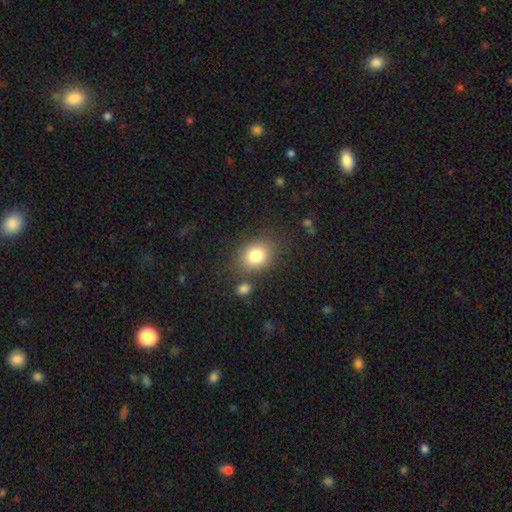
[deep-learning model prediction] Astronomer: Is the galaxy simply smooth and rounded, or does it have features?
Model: smooth — 81%.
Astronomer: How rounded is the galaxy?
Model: in between — 55% (runner-up: round, 44%).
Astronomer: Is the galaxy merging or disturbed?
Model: none — 76%.